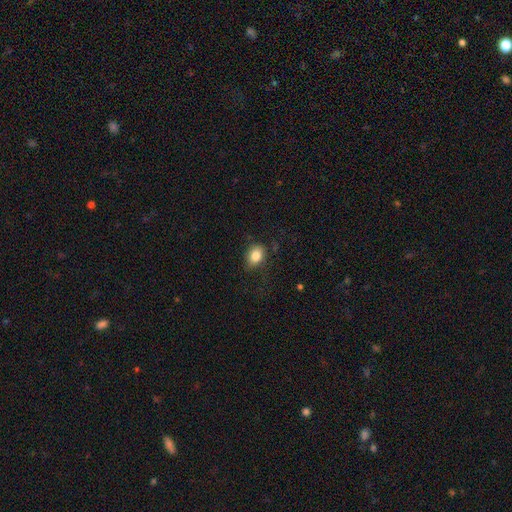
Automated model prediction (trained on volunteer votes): The model was most divided on "how rounded": in between: 63%, round: 36%, cigar-shaped: 1%. More confident: smooth or featured — smooth (84%); merging — none (73%).